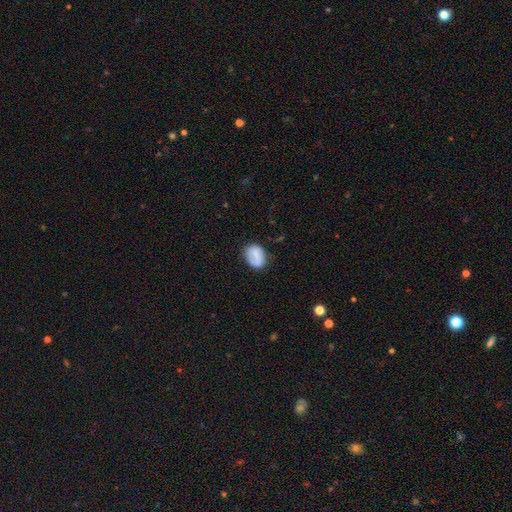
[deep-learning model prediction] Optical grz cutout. It shows a smooth galaxy with no disk features (76%) that is in between round and cigar-shaped (68%). Merging: none (68%).